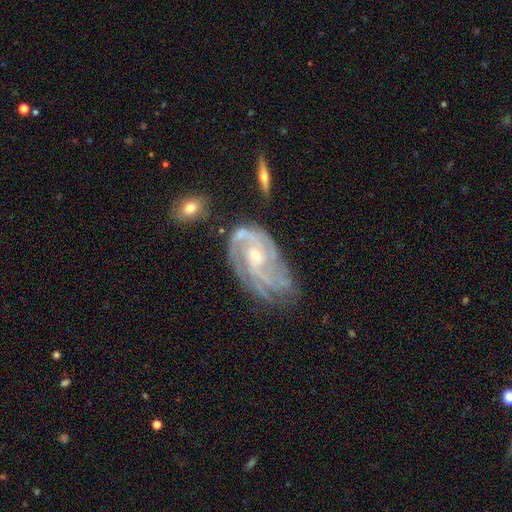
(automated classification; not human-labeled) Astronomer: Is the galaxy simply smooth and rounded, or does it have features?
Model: featured or disk — 87%.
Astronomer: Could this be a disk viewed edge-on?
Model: no — 96%.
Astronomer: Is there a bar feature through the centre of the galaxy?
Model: no — 61%.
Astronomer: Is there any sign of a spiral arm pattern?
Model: yes — 95%.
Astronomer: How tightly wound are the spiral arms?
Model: tight — 56% (runner-up: medium, 35%).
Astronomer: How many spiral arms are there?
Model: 3 — 28% (runner-up: can't tell, 27%).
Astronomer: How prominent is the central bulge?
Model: small — 60% (runner-up: moderate, 36%).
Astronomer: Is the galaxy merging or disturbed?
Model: none — 46% (runner-up: minor disturbance, 28%).